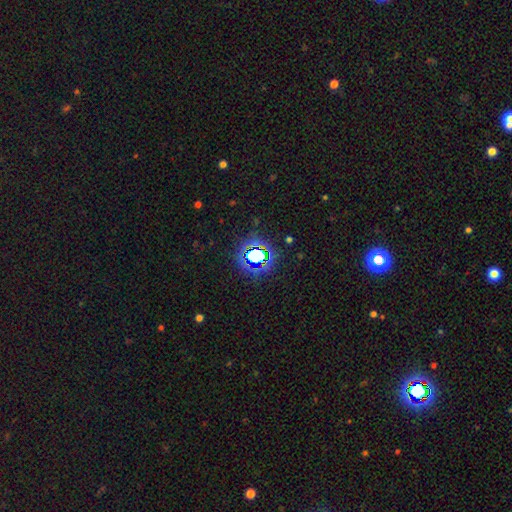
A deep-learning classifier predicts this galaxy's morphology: smooth_or_featured: star or artifact (p=0.69) [alt: smooth p=0.21]